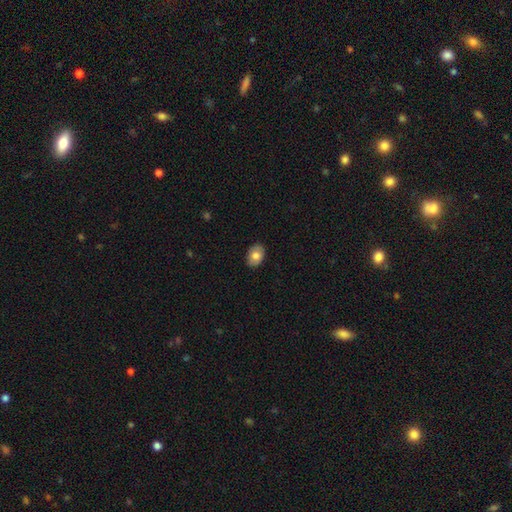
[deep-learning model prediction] A smooth galaxy with no disk features (79%) that is in between round and cigar-shaped (81%). Merging: none (88%).